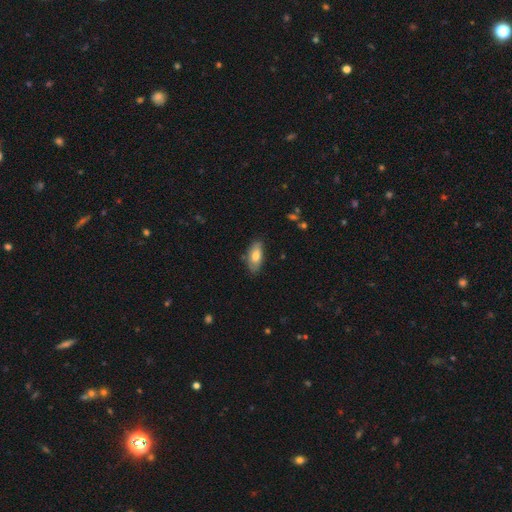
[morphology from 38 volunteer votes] A smooth galaxy with no disk features (76%) that is in between round and cigar-shaped (79%). Merging: none (63%).